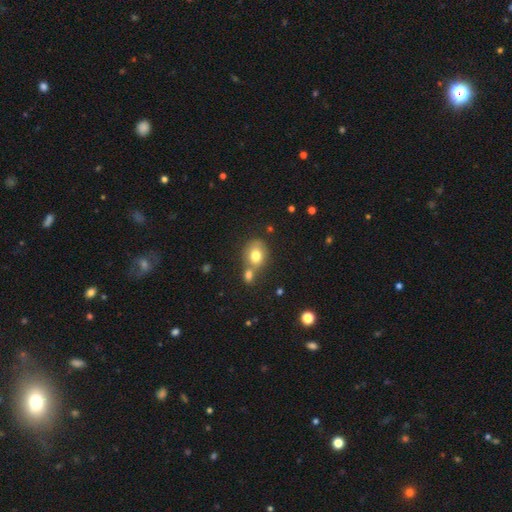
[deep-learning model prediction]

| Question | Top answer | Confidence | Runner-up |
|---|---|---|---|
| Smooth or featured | smooth | 76% | featured or disk (14%) |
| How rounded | round | 54% | in between (45%) |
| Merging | none | 44% | merger (40%) |